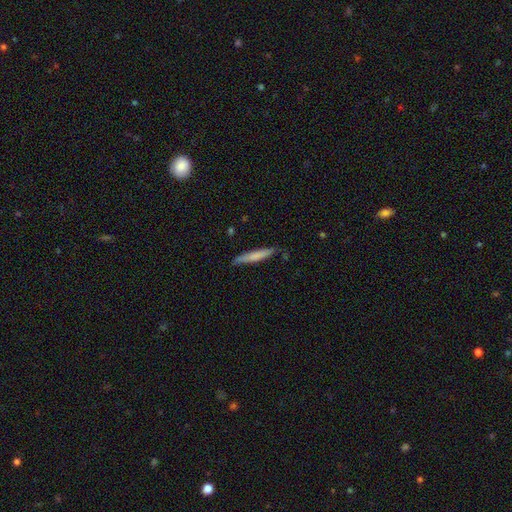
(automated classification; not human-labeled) The model was most divided on "smooth or featured": smooth: 70%, featured or disk: 25%, star or artifact: 5%. More confident: how rounded — cigar-shaped (94%); merging — none (82%).